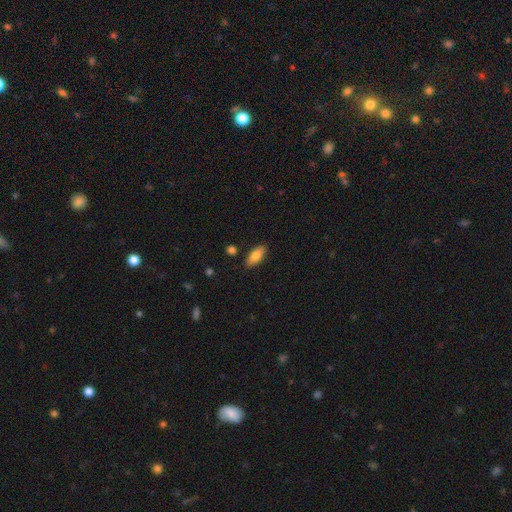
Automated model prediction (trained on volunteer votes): smooth-or-featured: smooth: 79% | featured or disk: 15% | star or artifact: 7%
  how-rounded: in between: 83% | cigar-shaped: 15% | round: 2%
  merging: none: 86% | minor disturbance: 10% | merger: 2% | major disturbance: 2%